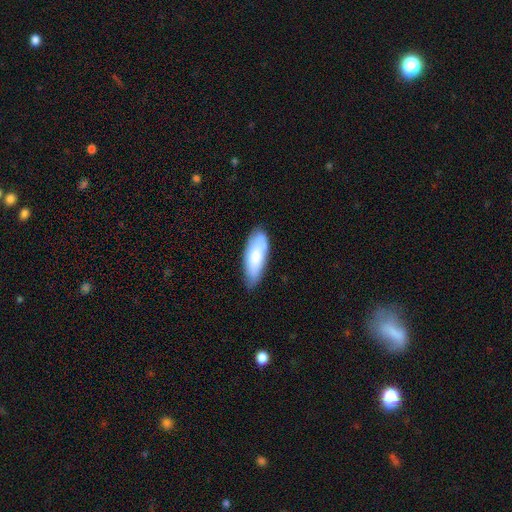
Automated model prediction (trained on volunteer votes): Smooth or featured? smooth (77%)
How rounded? in between (68%)
Merging? none (71%)